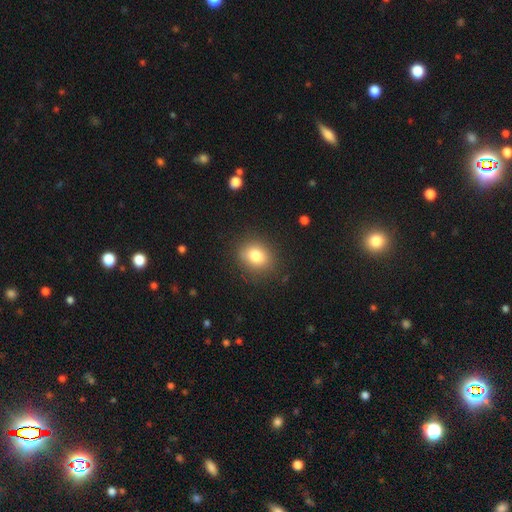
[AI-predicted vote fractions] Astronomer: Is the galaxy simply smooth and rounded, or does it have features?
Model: smooth — 82%.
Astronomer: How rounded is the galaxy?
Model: round — 52% (runner-up: in between, 47%).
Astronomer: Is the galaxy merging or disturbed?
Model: none — 85%.